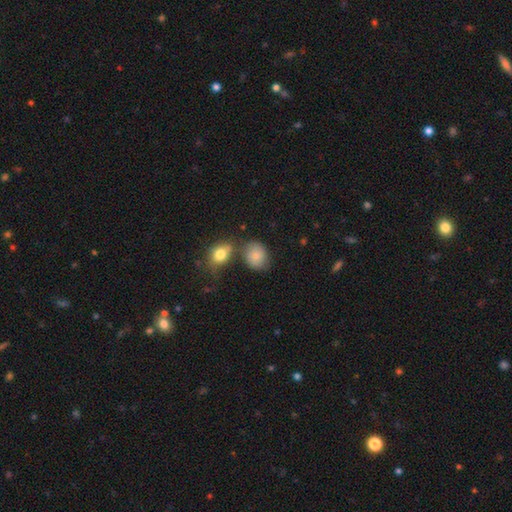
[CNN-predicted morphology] smooth-or-featured: smooth: 80% | featured or disk: 11% | star or artifact: 9%
  how-rounded: round: 55% | in between: 44% | cigar-shaped: 1%
  merging: none: 60% | merger: 17% | minor disturbance: 17% | major disturbance: 6%